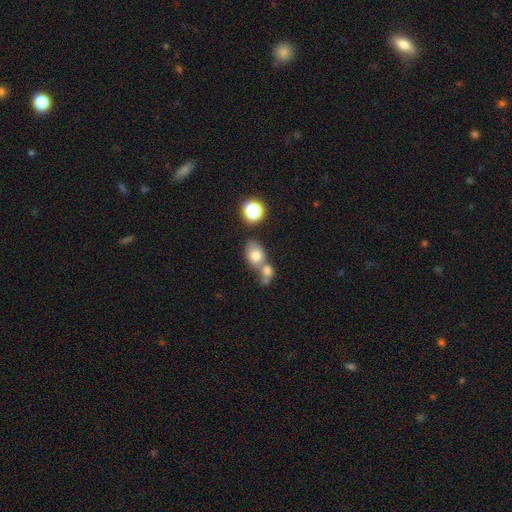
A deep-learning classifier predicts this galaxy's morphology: smooth 73%, featured or disk 15%, star or artifact 12%. Down the decision tree: how rounded — in between (58%); merging — merger (56%).